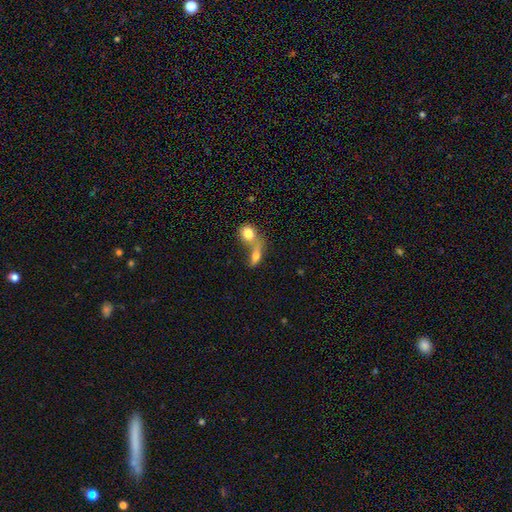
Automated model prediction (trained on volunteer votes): Smooth or featured? smooth (71%)
How rounded? in between (65%)
Merging? merger (65%)